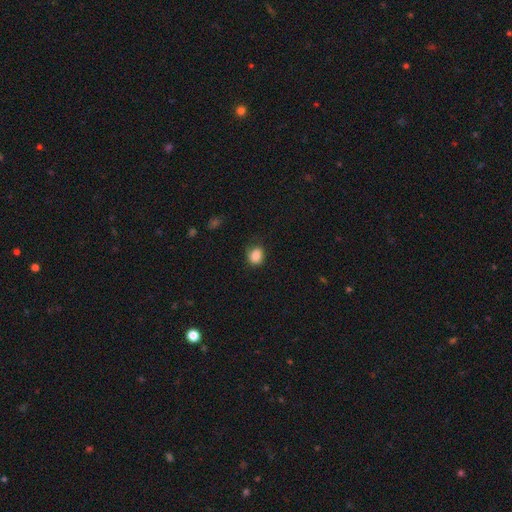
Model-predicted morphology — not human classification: The model was most divided on "how rounded": round: 62%, in between: 37%, cigar-shaped: 1%. More confident: smooth or featured — smooth (84%); merging — none (67%).